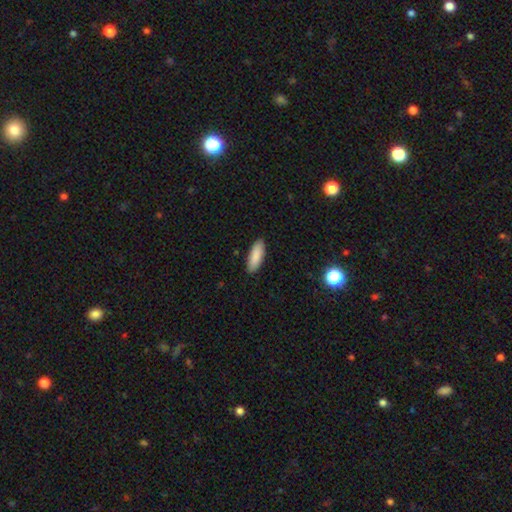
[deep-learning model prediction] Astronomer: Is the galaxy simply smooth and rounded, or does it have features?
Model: smooth — 89%.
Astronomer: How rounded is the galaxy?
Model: in between — 66%.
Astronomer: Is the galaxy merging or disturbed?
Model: none — 89%.